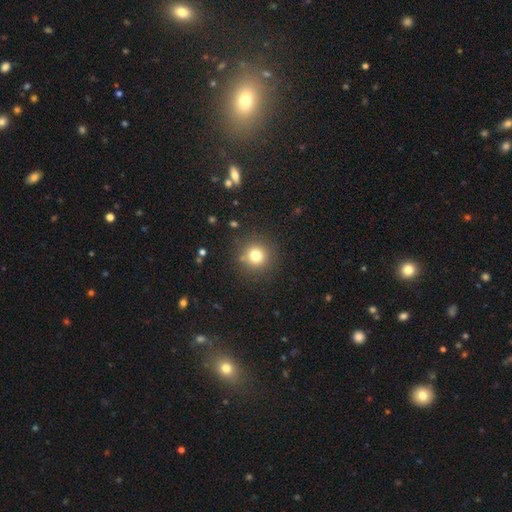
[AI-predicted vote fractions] smooth-or-featured: smooth: 78% | star or artifact: 14% | featured or disk: 8%
  how-rounded: round: 94% | in between: 5% | cigar-shaped: 1%
  merging: none: 88% | minor disturbance: 7% | major disturbance: 3% | merger: 2%